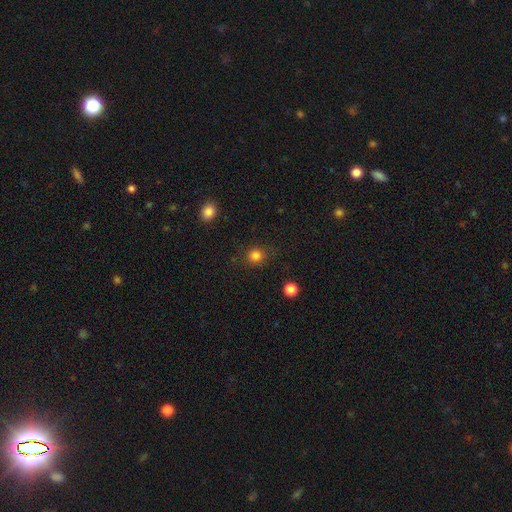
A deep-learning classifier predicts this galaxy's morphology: type=smooth (83%); roundness=round (85%); merging=none (84%).